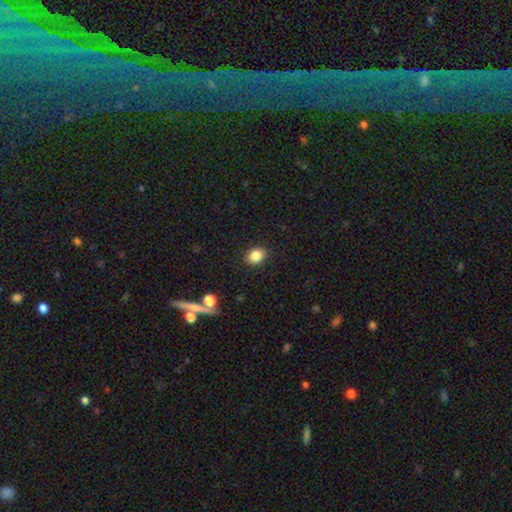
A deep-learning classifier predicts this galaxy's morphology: A smooth galaxy with no disk features (85%) that is in between round and cigar-shaped (63%).

Vote fractions:
- Smooth or featured? smooth: 85% / star or artifact: 10% / featured or disk: 5%
- How rounded? in between: 63% / round: 36% / cigar-shaped: 1%
- Merging? none: 88% / minor disturbance: 8% / major disturbance: 2% / merger: 1%